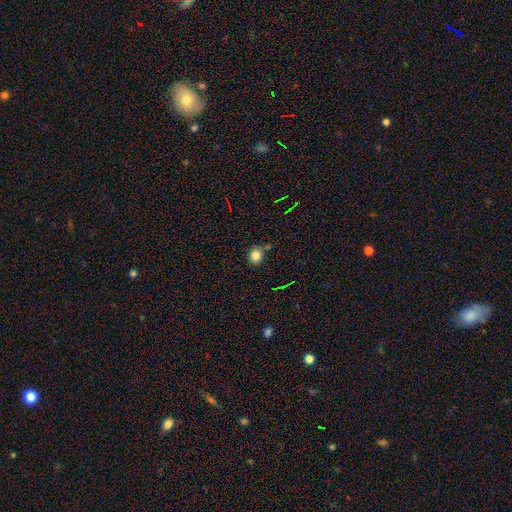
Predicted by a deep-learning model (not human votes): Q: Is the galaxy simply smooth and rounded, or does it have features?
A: smooth — 81%.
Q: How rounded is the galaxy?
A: round — 76%.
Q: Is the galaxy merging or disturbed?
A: none — 73%.